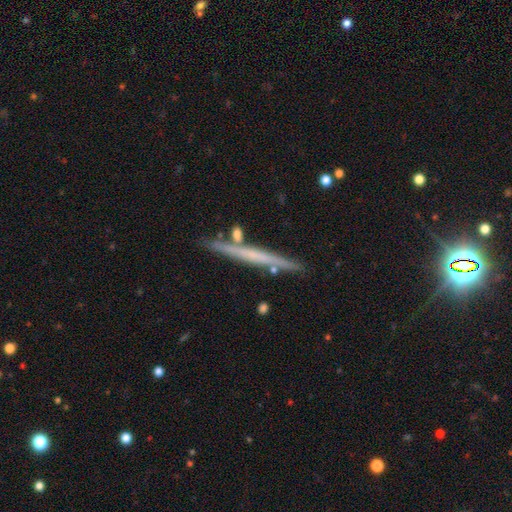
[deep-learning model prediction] Smooth or featured? Predicted: featured or disk (p=0.58). Edge-on disk? Predicted: yes (p=0.96). Edge-on bulge? Predicted: none (p=0.80). Merging? Predicted: none (p=0.83).